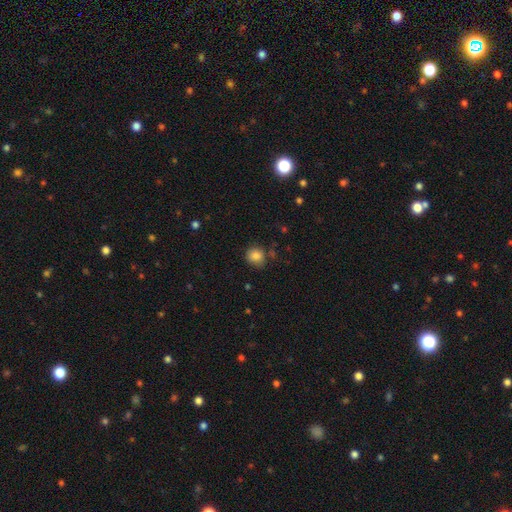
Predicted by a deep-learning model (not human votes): Smooth or featured?
  - smooth: 84% *
  - star or artifact: 10%
  - featured or disk: 6%
How rounded?
  - round: 87% *
  - in between: 12%
  - cigar-shaped: 1%
Merging?
  - none: 79% *
  - minor disturbance: 15%
  - major disturbance: 4%
  - merger: 3%